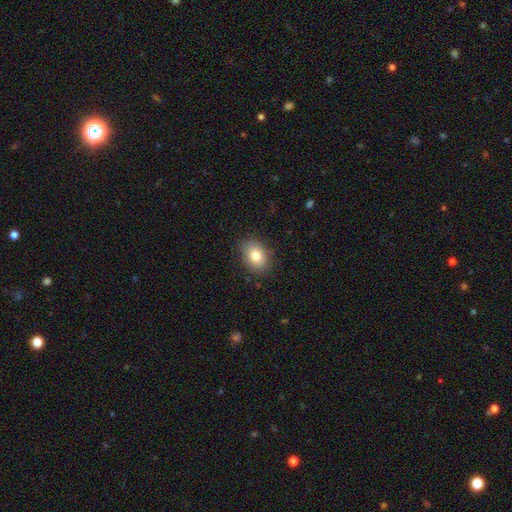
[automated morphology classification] Smooth or featured?
  - smooth: 80% *
  - featured or disk: 12%
  - star or artifact: 9%
How rounded?
  - in between: 74% *
  - round: 25%
  - cigar-shaped: 1%
Merging?
  - none: 83% *
  - minor disturbance: 13%
  - major disturbance: 3%
  - merger: 1%